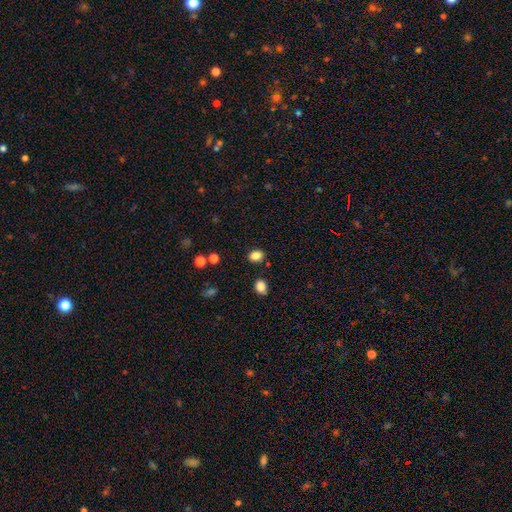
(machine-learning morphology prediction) type=smooth (84%); roundness=in between (51%); merging=none (85%).